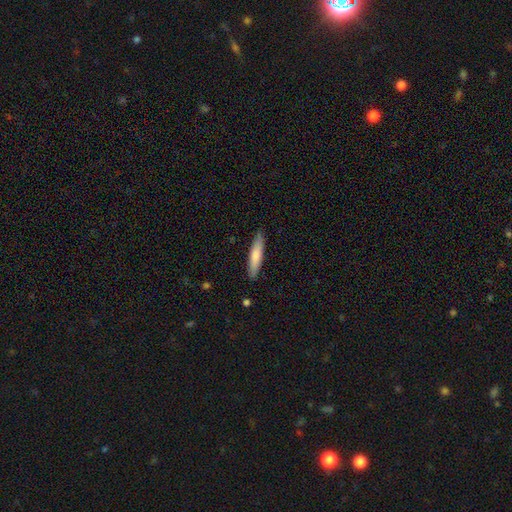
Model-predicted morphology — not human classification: Q: Smooth or featured?
A: smooth (74%); runner-up: featured or disk (21%)
Q: How rounded?
A: cigar-shaped (84%); runner-up: in between (15%)
Q: Merging?
A: none (87%); runner-up: minor disturbance (10%)